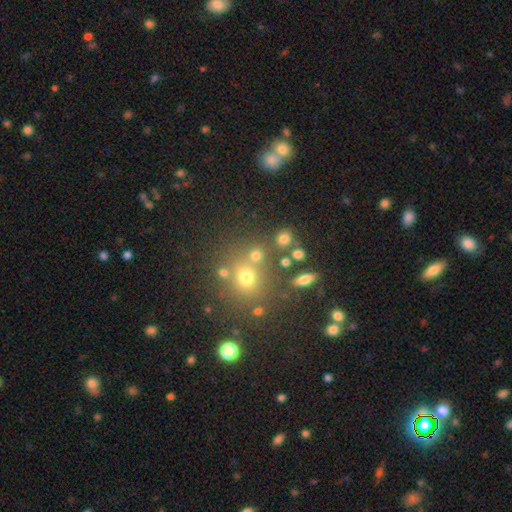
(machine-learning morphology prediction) smooth 67%, star or artifact 21%, featured or disk 12%. Down the decision tree: how rounded — round (79%); merging — none (62%).